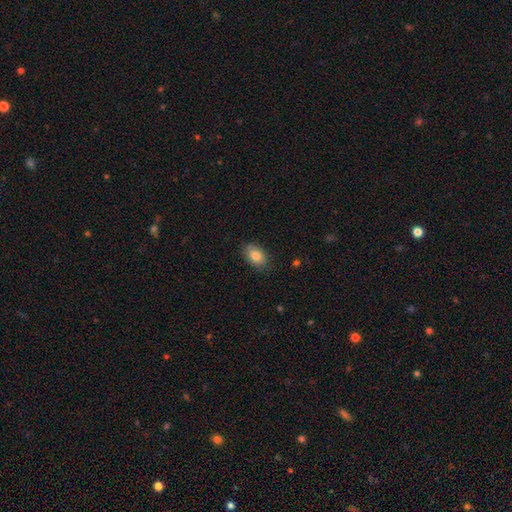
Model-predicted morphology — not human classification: Overall: smooth (84%). How rounded: in between (87%). Merging: none (82%).